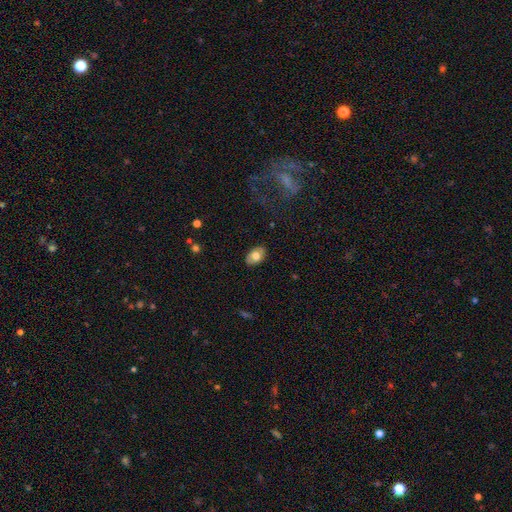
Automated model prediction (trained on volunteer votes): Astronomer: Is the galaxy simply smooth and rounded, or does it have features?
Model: smooth — 68%.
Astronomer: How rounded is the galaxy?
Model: in between — 87%.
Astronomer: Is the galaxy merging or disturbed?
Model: none — 85%.